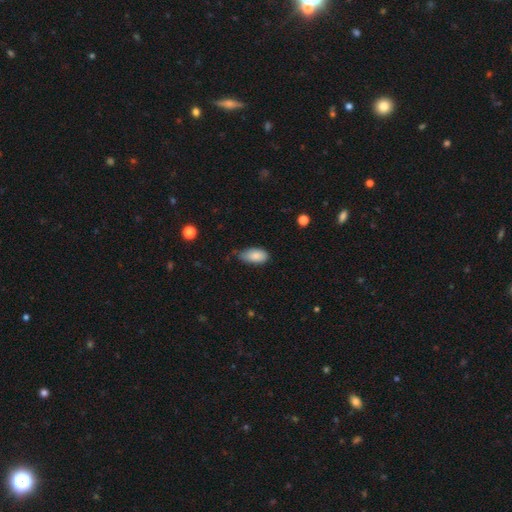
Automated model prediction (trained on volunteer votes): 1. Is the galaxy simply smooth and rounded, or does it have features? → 86% smooth, 7% star or artifact, 7% featured or disk.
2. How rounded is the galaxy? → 92% in between, 5% cigar-shaped, 3% round.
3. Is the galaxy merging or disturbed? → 53% none, 39% minor disturbance, 6% major disturbance, 2% merger.